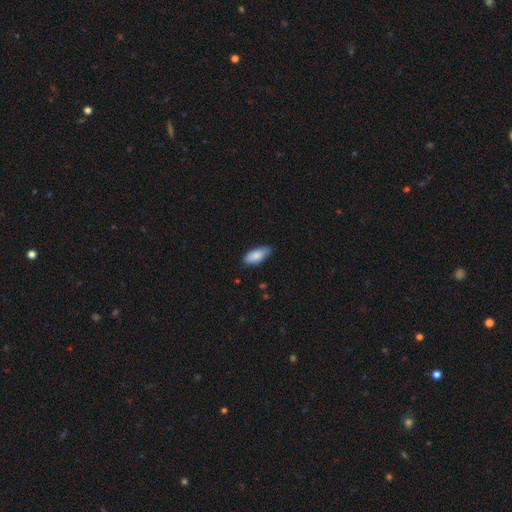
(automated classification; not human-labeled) smooth_or_featured: smooth (p=0.85) [alt: featured or disk p=0.09]
how_rounded: in between (p=0.85) [alt: cigar-shaped p=0.13]
merging: none (p=0.79) [alt: minor disturbance p=0.17]